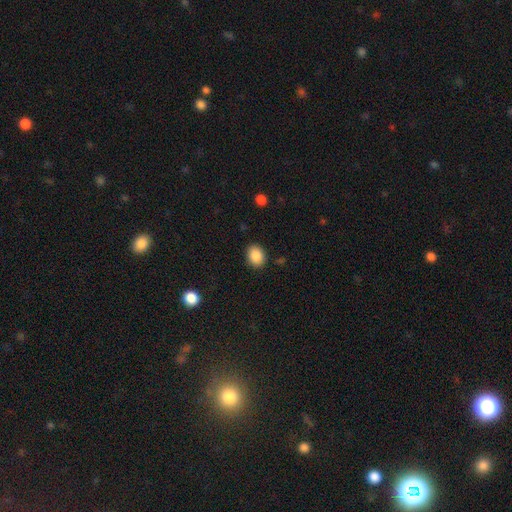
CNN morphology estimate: Smooth or featured?
  - smooth: 88% *
  - star or artifact: 8%
  - featured or disk: 4%
How rounded?
  - in between: 51% *
  - round: 48%
  - cigar-shaped: 1%
Merging?
  - none: 88% *
  - minor disturbance: 8%
  - major disturbance: 2%
  - merger: 1%